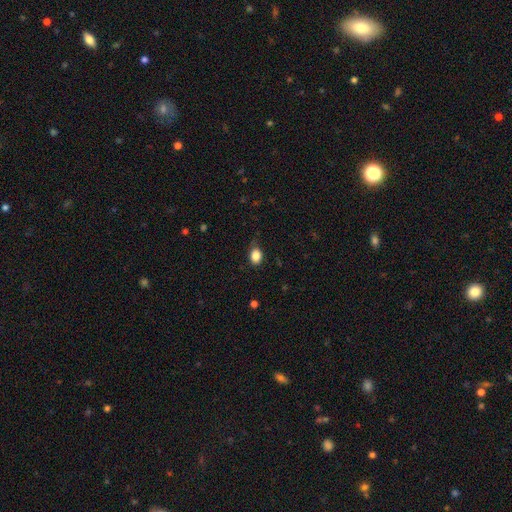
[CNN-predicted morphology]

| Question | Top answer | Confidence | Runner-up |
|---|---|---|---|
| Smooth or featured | smooth | 85% | star or artifact (9%) |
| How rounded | in between | 66% | round (32%) |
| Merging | none | 75% | minor disturbance (20%) |